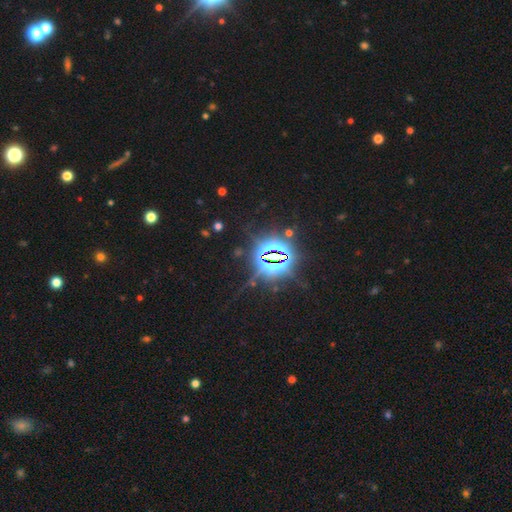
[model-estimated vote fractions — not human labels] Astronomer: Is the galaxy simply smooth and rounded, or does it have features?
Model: star or artifact — 86%.